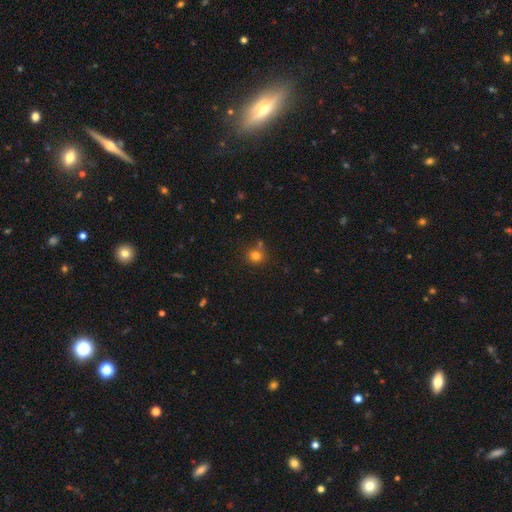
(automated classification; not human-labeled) Morphology: type=smooth (79%); roundness=round (87%); merging=none (70%).